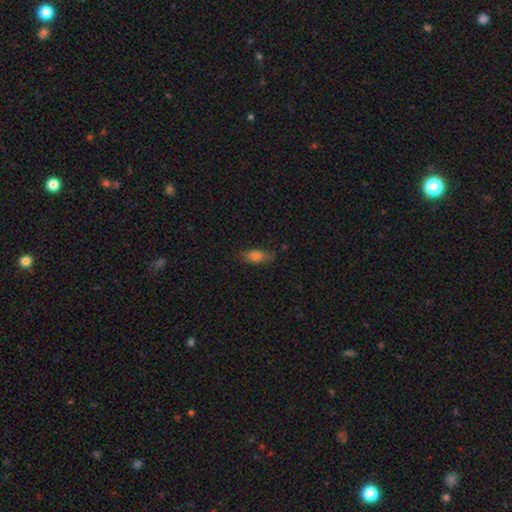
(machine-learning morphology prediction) Smooth or featured? Predicted: smooth (p=0.74). How rounded? Predicted: in between (p=0.74). Merging? Predicted: none (p=0.75).